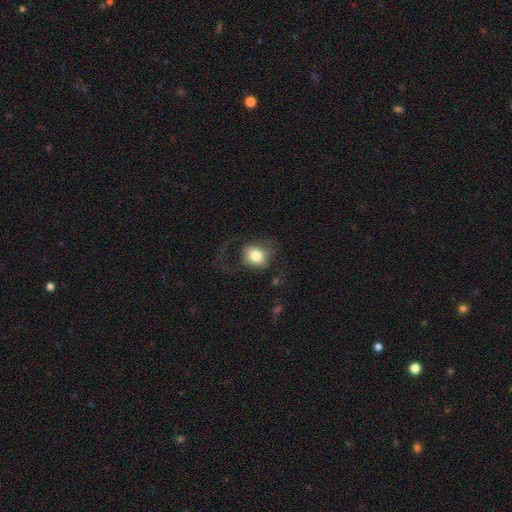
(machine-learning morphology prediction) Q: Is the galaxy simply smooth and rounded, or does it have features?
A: smooth — 77%.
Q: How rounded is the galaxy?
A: round — 62%.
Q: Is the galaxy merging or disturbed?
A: none — 46%.